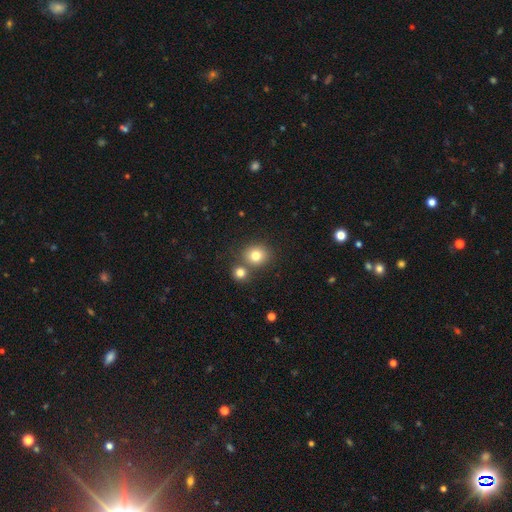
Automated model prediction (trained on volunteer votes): Smooth or featured? smooth (79%)
How rounded? round (81%)
Merging? none (66%)